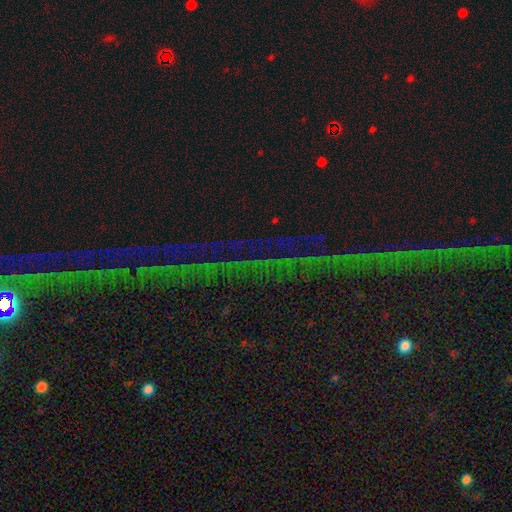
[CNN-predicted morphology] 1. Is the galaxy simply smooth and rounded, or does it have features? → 80% star or artifact, 11% featured or disk, 9% smooth.